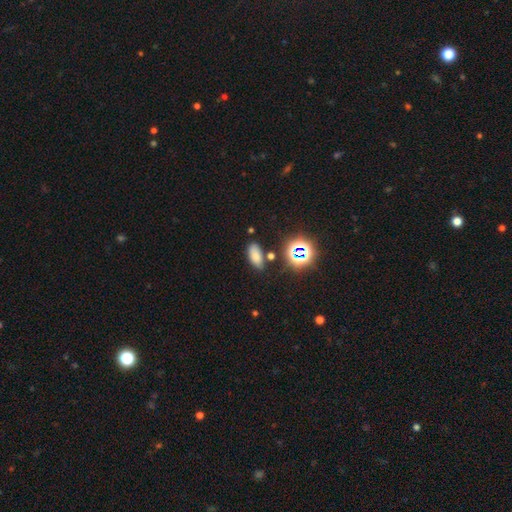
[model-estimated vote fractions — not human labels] Smooth or featured?
  - smooth: 70% *
  - star or artifact: 22%
  - featured or disk: 8%
How rounded?
  - in between: 87% *
  - cigar-shaped: 7%
  - round: 7%
Merging?
  - none: 76% *
  - minor disturbance: 13%
  - merger: 6%
  - major disturbance: 4%